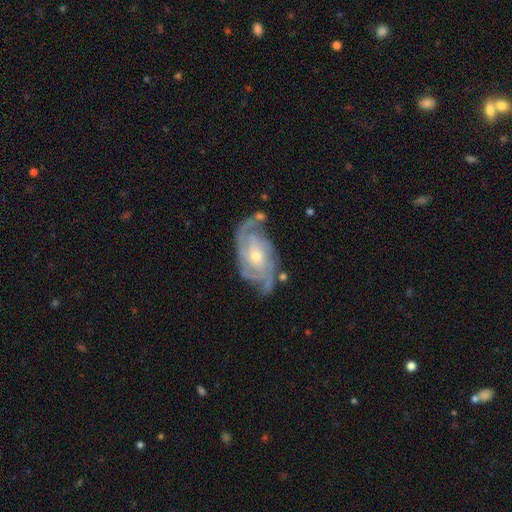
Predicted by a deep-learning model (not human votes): Q: Smooth or featured?
A: featured or disk (89%); runner-up: smooth (6%)
Q: Edge-on disk?
A: no (96%); runner-up: yes (4%)
Q: Bar?
A: no (66%); runner-up: weak (27%)
Q: Spiral arms?
A: yes (97%); runner-up: no (3%)
Q: Spiral winding?
A: tight (53%); runner-up: medium (37%)
Q: Spiral arm count?
A: 2 (36%); runner-up: 3 (29%)
Q: Bulge size?
A: small (57%); runner-up: moderate (39%)
Q: Merging?
A: none (65%); runner-up: minor disturbance (21%)